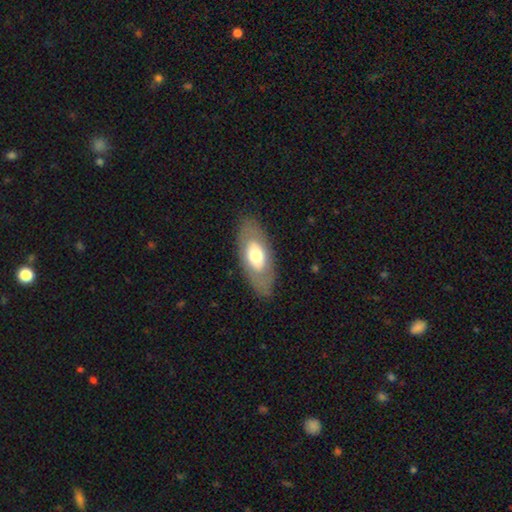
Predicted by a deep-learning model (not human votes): smooth-or-featured: smooth: 54% | featured or disk: 40% | star or artifact: 6%
  how-rounded: in between: 88% | cigar-shaped: 8% | round: 4%
  merging: none: 82% | minor disturbance: 12% | major disturbance: 5% | merger: 1%